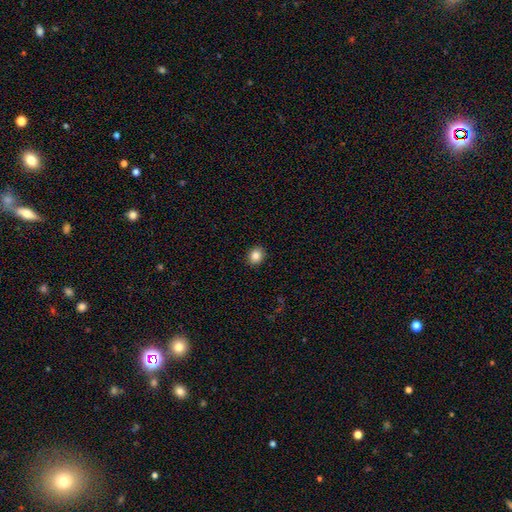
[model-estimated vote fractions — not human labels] Q: Smooth or featured?
A: smooth (85%); runner-up: star or artifact (10%)
Q: How rounded?
A: round (69%); runner-up: in between (30%)
Q: Merging?
A: none (92%); runner-up: minor disturbance (6%)